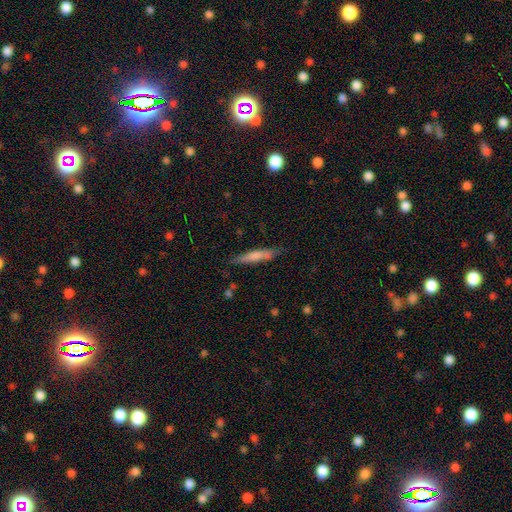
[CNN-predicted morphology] Overall: smooth (64%; featured or disk 29%). How rounded: cigar-shaped (90%). Merging: none (76%).